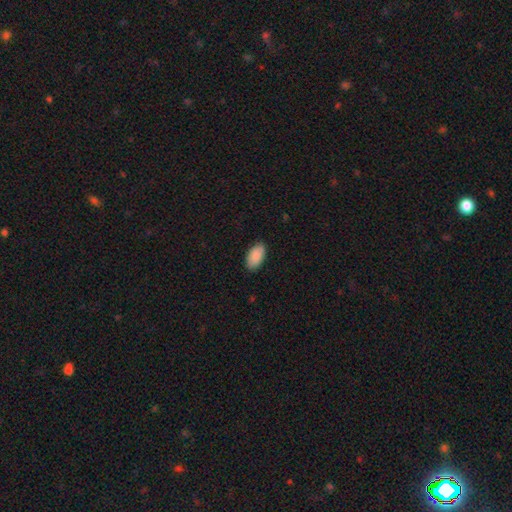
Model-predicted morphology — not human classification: Smooth or featured? smooth (90%)
How rounded? in between (95%)
Merging? none (87%)